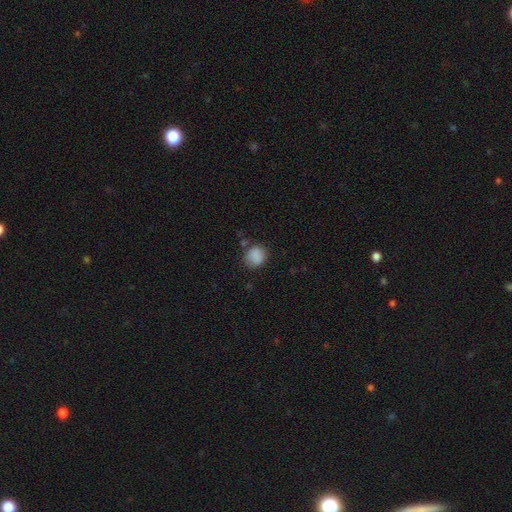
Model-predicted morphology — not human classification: Smooth or featured? smooth (85%)
How rounded? round (73%)
Merging? none (71%)